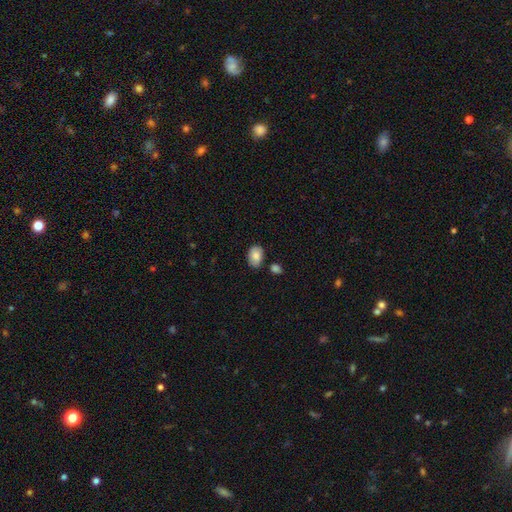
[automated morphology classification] The model was most divided on "merging": none: 72%, minor disturbance: 17%, merger: 7%, major disturbance: 4%. More confident: how rounded — in between (84%); smooth or featured — smooth (83%).